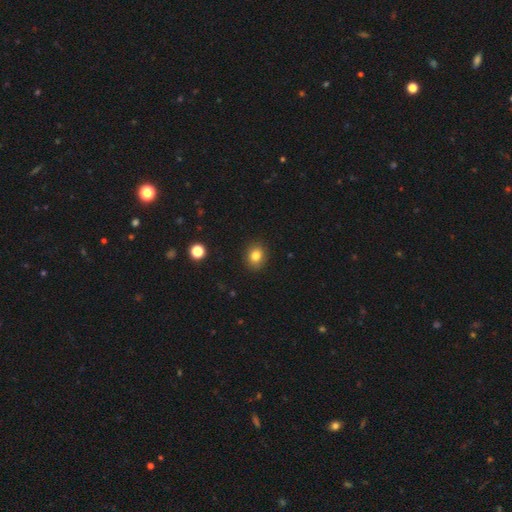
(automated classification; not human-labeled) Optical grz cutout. It shows a smooth galaxy with no disk features (82%) that is round (60%). Merging: none (89%).